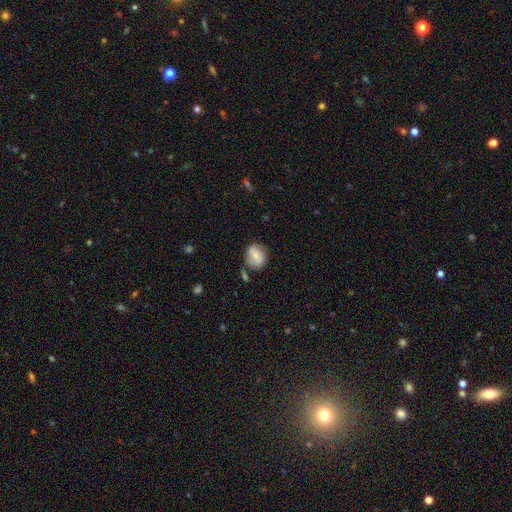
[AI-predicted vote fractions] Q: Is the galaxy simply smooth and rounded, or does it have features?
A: smooth — 67%.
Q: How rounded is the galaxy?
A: round — 58%.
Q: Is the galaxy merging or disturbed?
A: none — 68%.